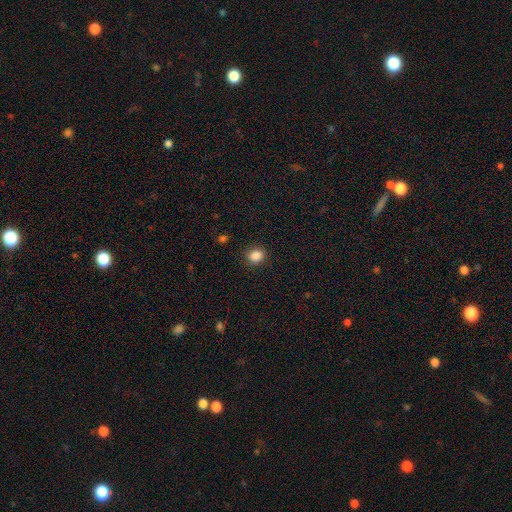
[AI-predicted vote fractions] smooth_or_featured: smooth (p=0.87) [alt: star or artifact p=0.10]
how_rounded: round (p=0.64) [alt: in between p=0.35]
merging: none (p=0.88) [alt: minor disturbance p=0.08]